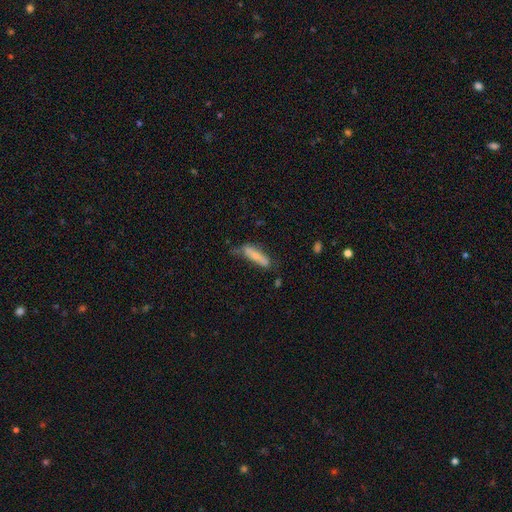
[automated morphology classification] Smooth or featured?
  - smooth: 61% *
  - featured or disk: 32%
  - star or artifact: 6%
How rounded?
  - cigar-shaped: 66% *
  - in between: 33%
  - round: 2%
Merging?
  - none: 56% *
  - minor disturbance: 29%
  - major disturbance: 10%
  - merger: 5%